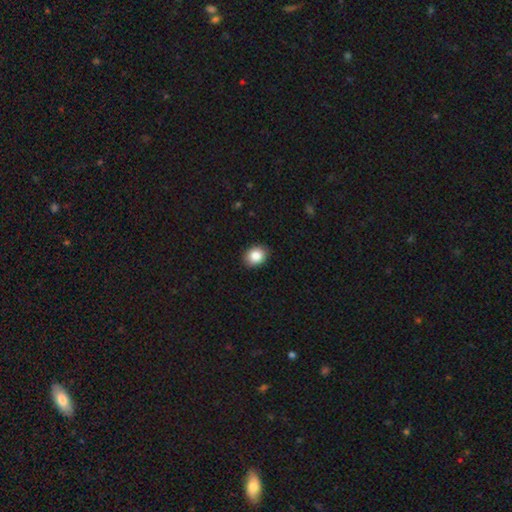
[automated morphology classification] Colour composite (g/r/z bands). It shows a smooth galaxy with no disk features (86%) that is in between round and cigar-shaped (53%). Merging: none (90%).